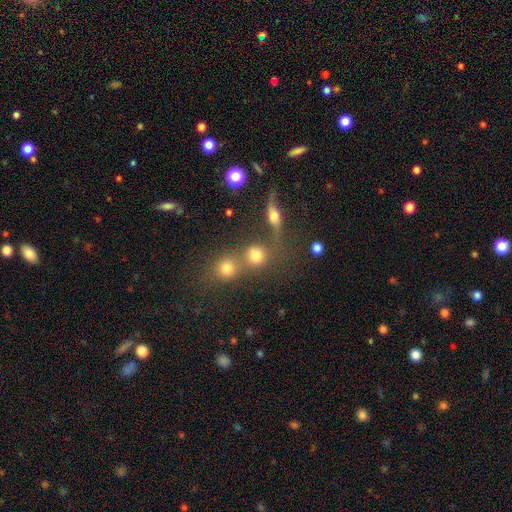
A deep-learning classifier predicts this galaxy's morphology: This is likely a smooth galaxy (73%). How rounded: clearly round (81%). Merging: marginally none (45%).